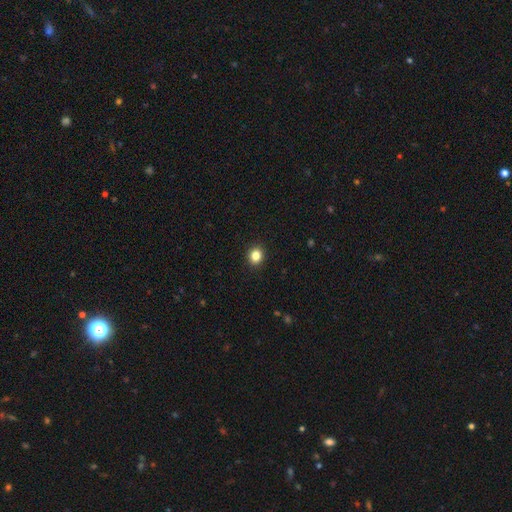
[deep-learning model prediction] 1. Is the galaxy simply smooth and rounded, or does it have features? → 83% smooth, 12% star or artifact, 5% featured or disk.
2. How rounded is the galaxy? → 74% round, 25% in between, 1% cigar-shaped.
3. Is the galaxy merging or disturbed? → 92% none, 5% minor disturbance, 2% major disturbance, 1% merger.